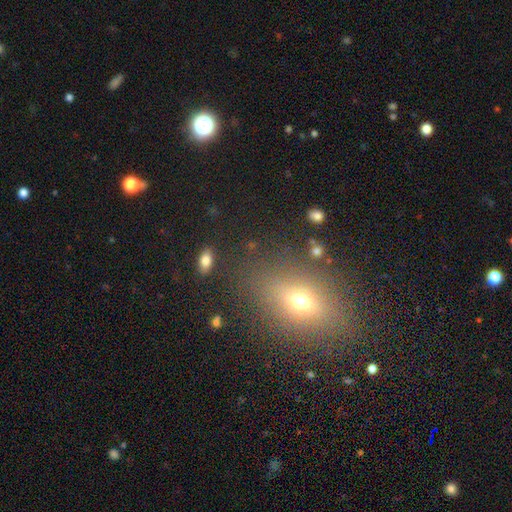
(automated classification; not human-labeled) smooth-or-featured: smooth: 54% | star or artifact: 27% | featured or disk: 19%
  how-rounded: in between: 70% | round: 20% | cigar-shaped: 9%
  merging: none: 85% | minor disturbance: 9% | major disturbance: 4% | merger: 3%